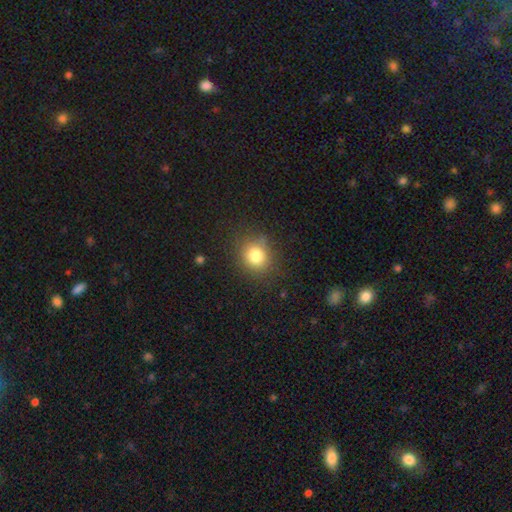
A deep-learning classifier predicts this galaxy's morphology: Smooth or featured?
  - smooth: 80% *
  - star or artifact: 12%
  - featured or disk: 7%
How rounded?
  - round: 80% *
  - in between: 19%
  - cigar-shaped: 1%
Merging?
  - none: 84% *
  - minor disturbance: 10%
  - major disturbance: 4%
  - merger: 2%